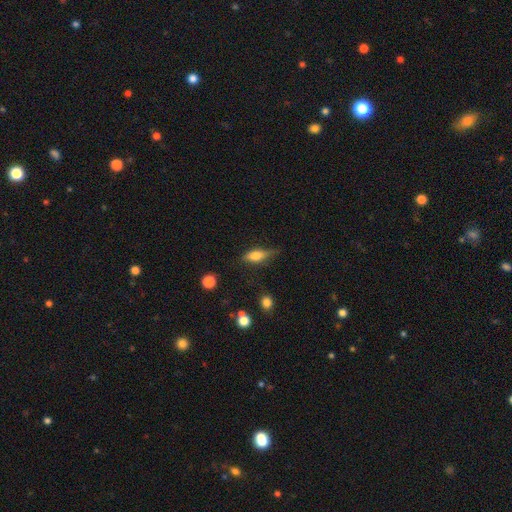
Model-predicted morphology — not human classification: A smooth galaxy with no disk features (66%) that is in between round and cigar-shaped (66%). Merging: none (64%).